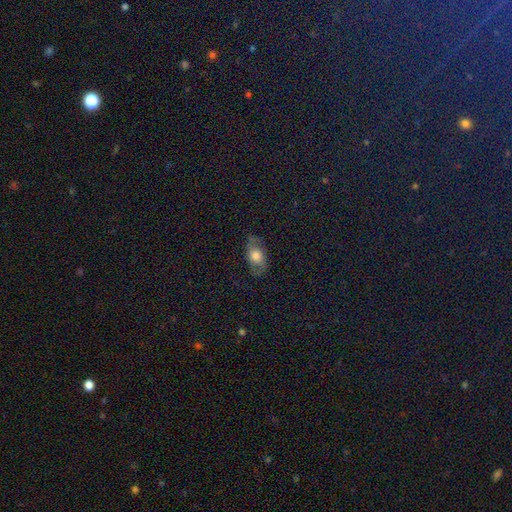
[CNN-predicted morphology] This is possibly a smooth galaxy (50%). How rounded: clearly in between (81%). Merging: likely none (70%).